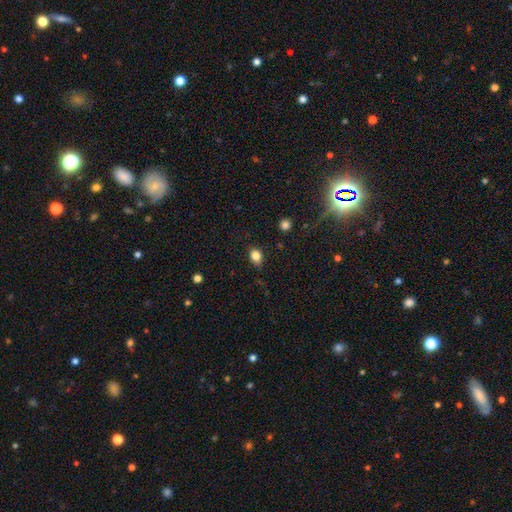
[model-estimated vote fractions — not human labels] Smooth or featured? smooth (83%)
How rounded? in between (65%)
Merging? none (79%)